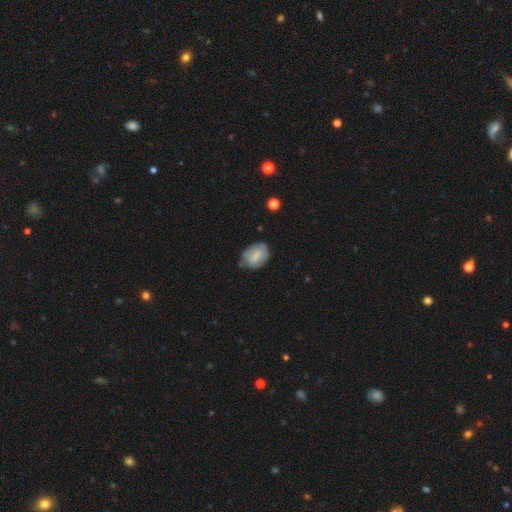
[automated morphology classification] This is likely a smooth galaxy (74%). How rounded: likely in between (75%). Merging: possibly none (58%).